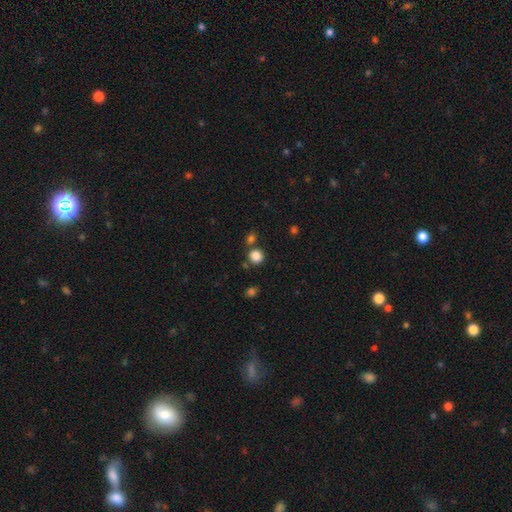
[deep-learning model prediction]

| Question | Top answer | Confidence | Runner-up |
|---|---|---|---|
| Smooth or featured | smooth | 85% | star or artifact (11%) |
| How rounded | round | 84% | in between (15%) |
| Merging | none | 74% | merger (13%) |